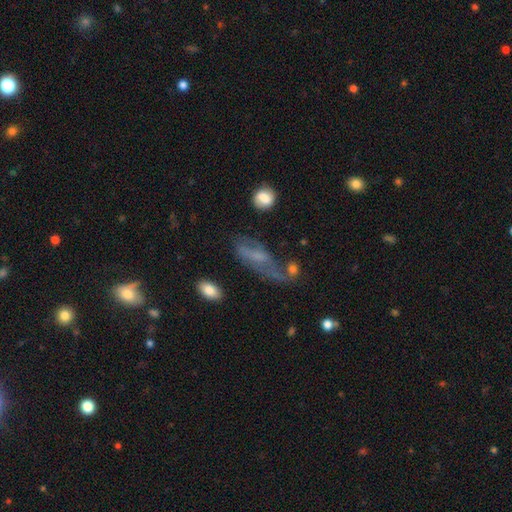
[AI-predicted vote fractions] This appears to be a featured or disk galaxy (50%). Merging: none (36%).